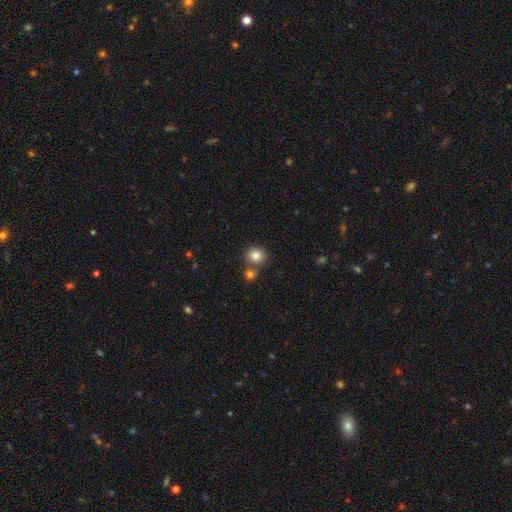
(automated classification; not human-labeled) This appears to be a smooth galaxy with no disk features (83%) that is round (78%). Merging: none (65%).